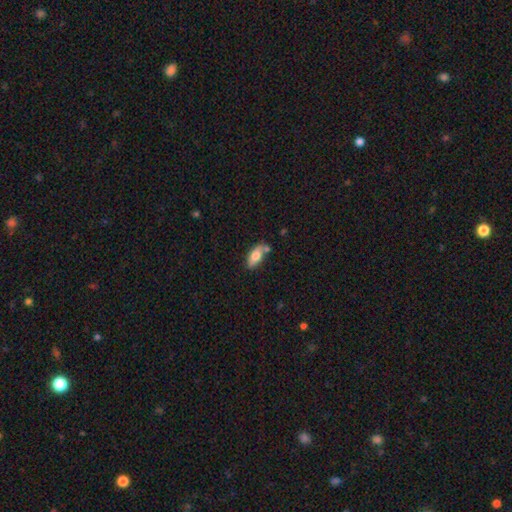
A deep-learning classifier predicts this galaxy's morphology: Overall: smooth (71%). How rounded: in between (83%). Merging: none (65%).